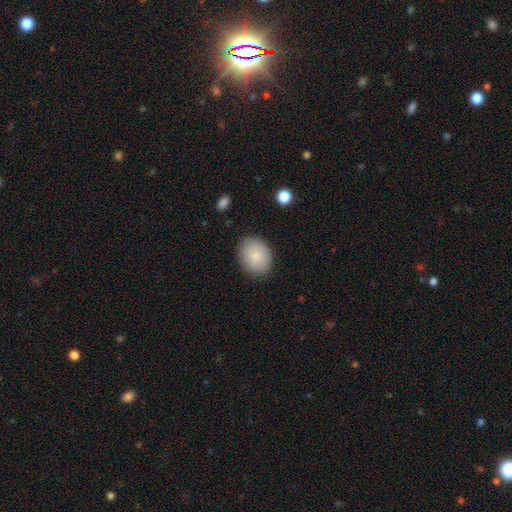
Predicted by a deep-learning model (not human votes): Smooth or featured? Predicted: smooth (p=0.84). How rounded? Predicted: in between (p=0.50). Merging? Predicted: none (p=0.87).